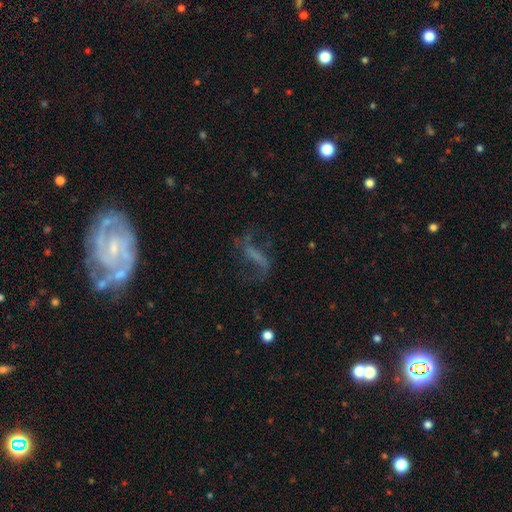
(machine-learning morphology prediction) Overall: featured or disk (61%). Edge-on disk: no (90%). Bar: strong (48%; weak 27%). Spiral arms: yes (73%). Bulge size: none (71%). Merging: none (53%; major disturbance 27%).